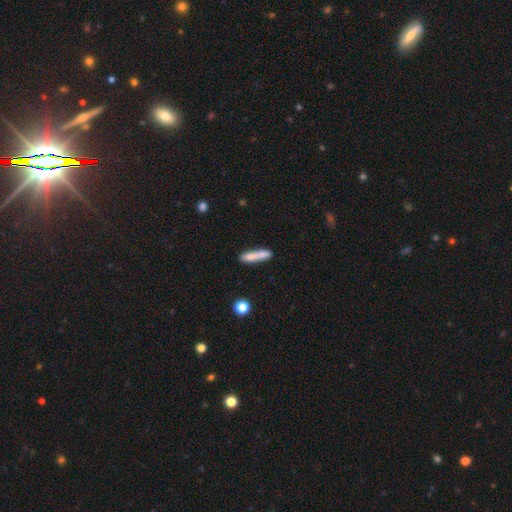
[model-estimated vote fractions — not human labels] Smooth or featured? Predicted: smooth (p=0.78). How rounded? Predicted: cigar-shaped (p=0.88). Merging? Predicted: none (p=0.72).